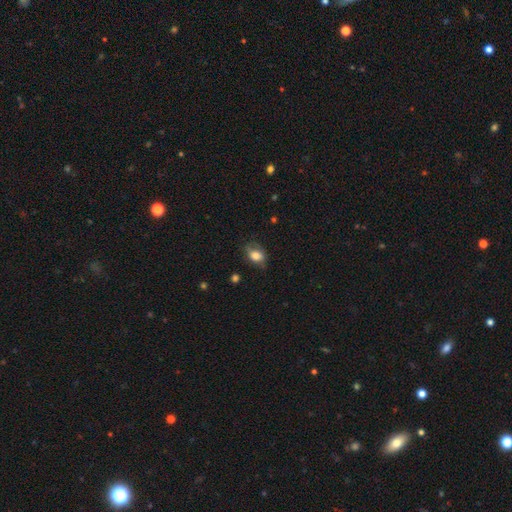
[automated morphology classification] The model was most divided on "merging": none: 61%, minor disturbance: 28%, major disturbance: 10%, merger: 2%. More confident: how rounded — in between (76%); smooth or featured — smooth (72%).